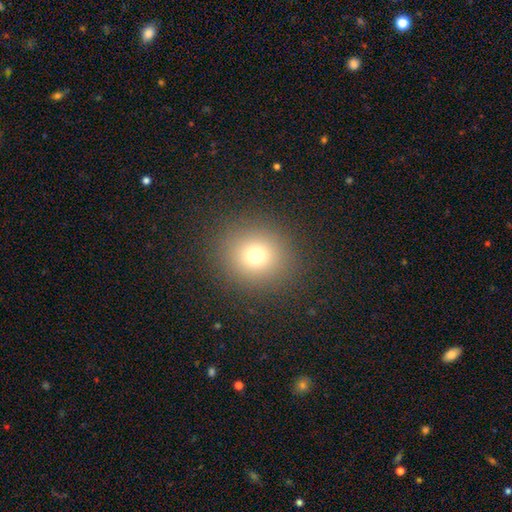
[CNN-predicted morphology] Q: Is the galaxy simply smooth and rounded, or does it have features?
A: smooth — 71%.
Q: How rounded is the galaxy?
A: round — 89%.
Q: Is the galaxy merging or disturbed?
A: none — 89%.